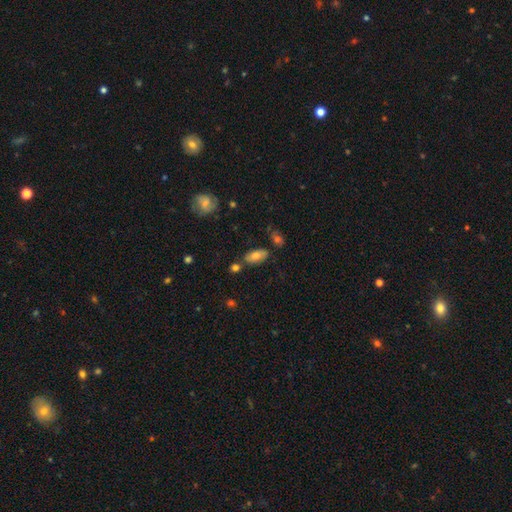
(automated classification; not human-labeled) The model was most divided on "merging": none: 70%, minor disturbance: 15%, merger: 11%, major disturbance: 4%. More confident: how rounded — in between (90%); smooth or featured — smooth (75%).